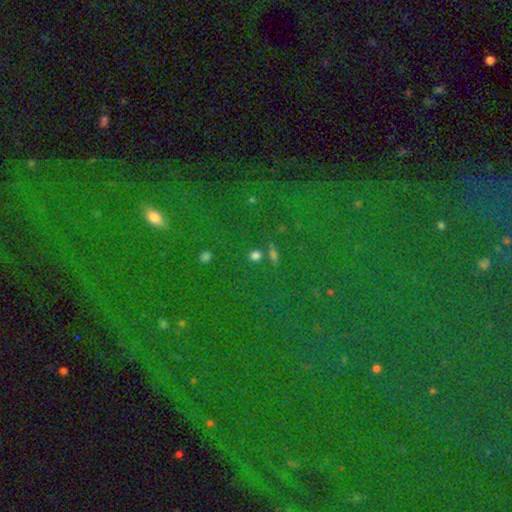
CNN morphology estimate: smooth_or_featured: smooth (p=0.64) [alt: star or artifact p=0.28]
how_rounded: round (p=0.54) [alt: in between p=0.39]
merging: none (p=0.79) [alt: minor disturbance p=0.09]